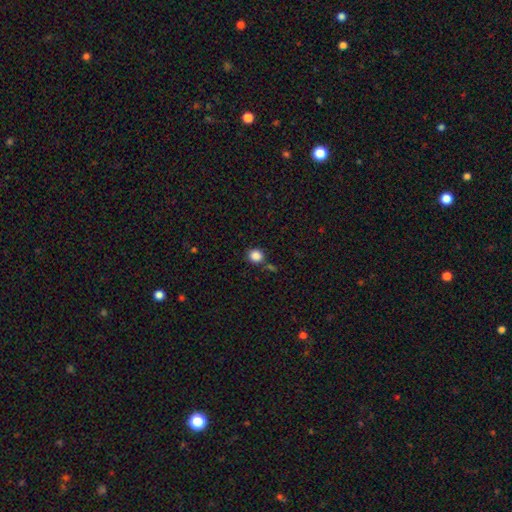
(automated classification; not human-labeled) Morphology: type=smooth (86%); roundness=round (86%); merging=none (78%).